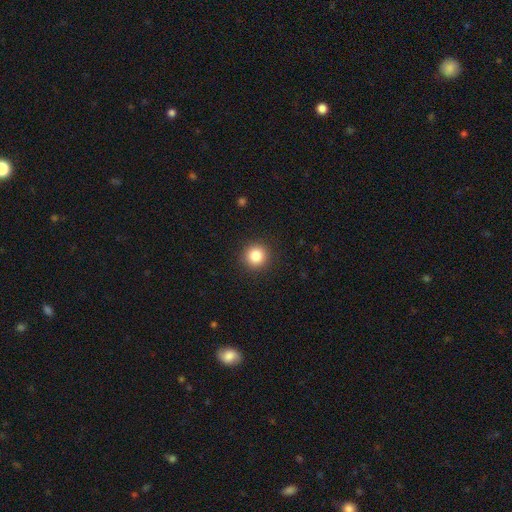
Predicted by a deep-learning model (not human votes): smooth_or_featured: smooth (p=0.84) [alt: star or artifact p=0.11]
how_rounded: round (p=0.95) [alt: in between p=0.04]
merging: none (p=0.92) [alt: minor disturbance p=0.05]